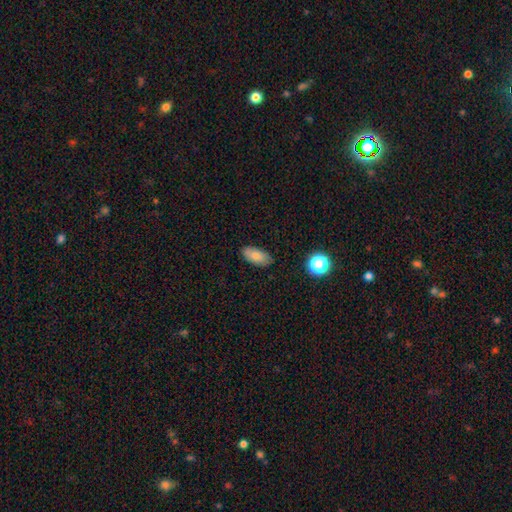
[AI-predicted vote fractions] Smooth or featured? smooth (79%)
How rounded? in between (91%)
Merging? none (84%)